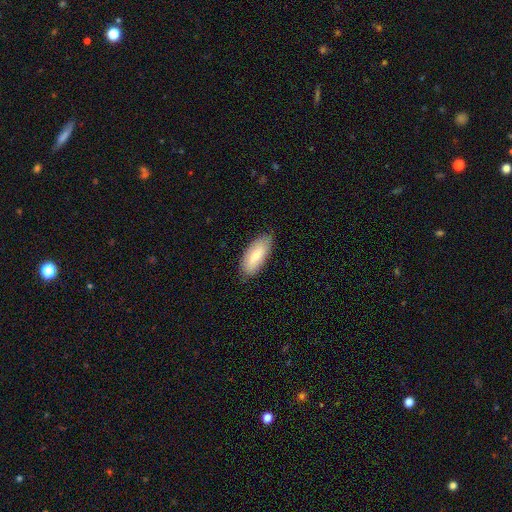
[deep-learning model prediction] The model was most divided on "smooth or featured": smooth: 75%, featured or disk: 19%, star or artifact: 6%. More confident: how rounded — in between (85%); merging — none (80%).